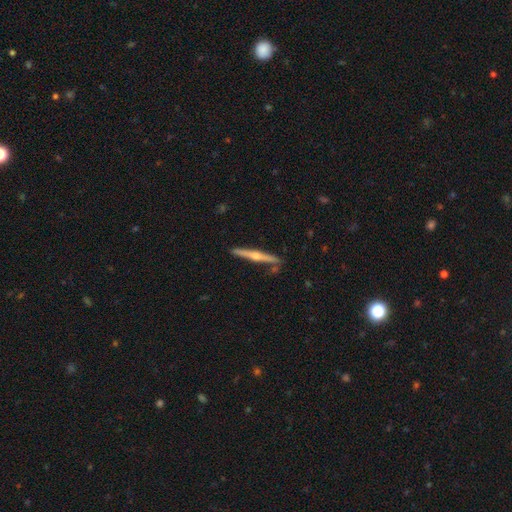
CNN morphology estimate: Q: Smooth or featured?
A: featured or disk (74%); runner-up: smooth (20%)
Q: Edge-on disk?
A: yes (98%); runner-up: no (2%)
Q: Edge-on bulge?
A: rounded (89%); runner-up: none (7%)
Q: Merging?
A: none (87%); runner-up: minor disturbance (8%)